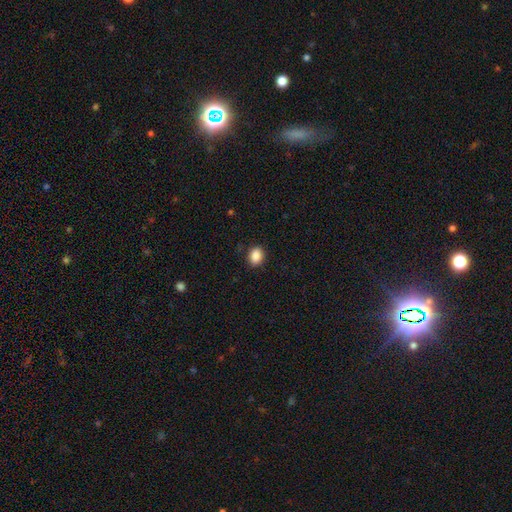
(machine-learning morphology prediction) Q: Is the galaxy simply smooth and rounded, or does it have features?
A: smooth — 88%.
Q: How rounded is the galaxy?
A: in between — 58%.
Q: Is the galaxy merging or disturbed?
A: none — 88%.